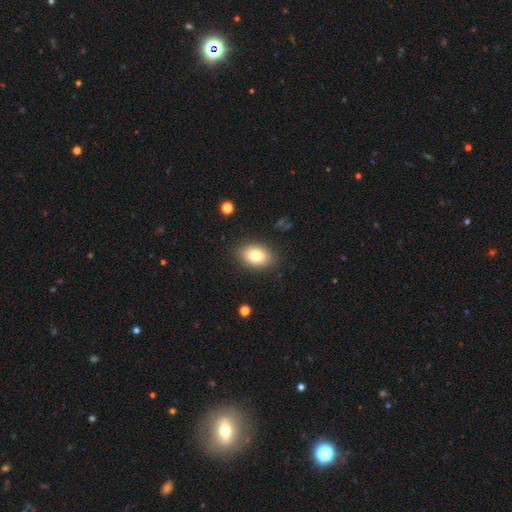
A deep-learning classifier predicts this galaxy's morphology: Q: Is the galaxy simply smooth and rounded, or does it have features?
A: smooth — 80%.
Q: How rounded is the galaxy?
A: in between — 82%.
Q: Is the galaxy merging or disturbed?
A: none — 87%.